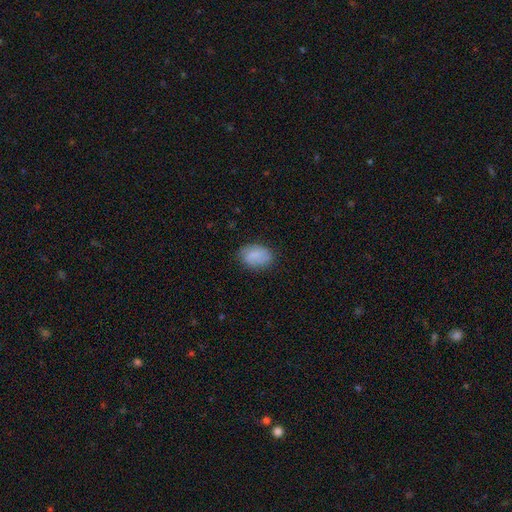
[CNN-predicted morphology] Smooth or featured: smooth — 75% (featured or disk — 18%)
How rounded: in between — 84% (round — 14%)
Merging: none — 79% (minor disturbance — 16%)